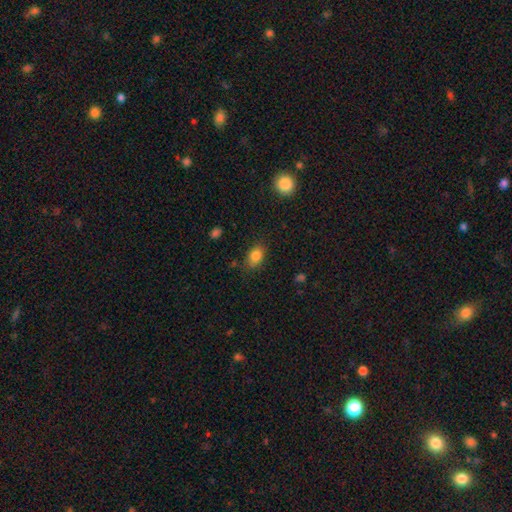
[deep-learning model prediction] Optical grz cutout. It shows a smooth galaxy with no disk features (85%) that is in between round and cigar-shaped (81%). Merging: none (78%).